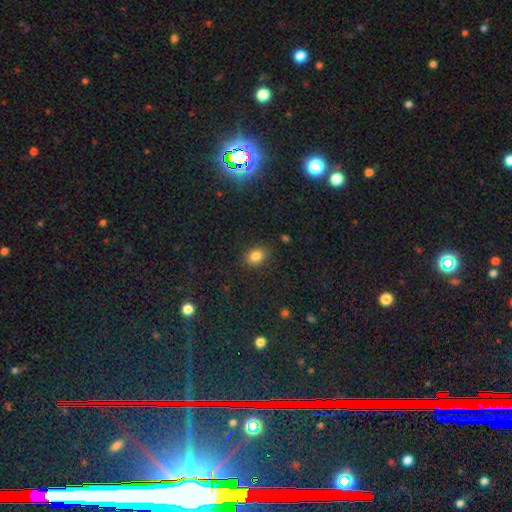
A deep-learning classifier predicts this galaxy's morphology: Smooth or featured? smooth (81%)
How rounded? in between (67%)
Merging? none (86%)